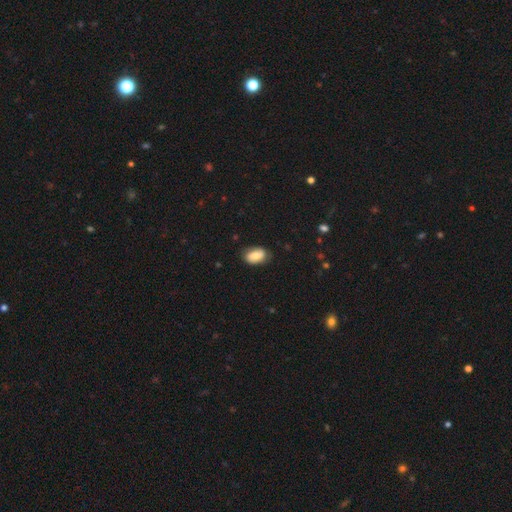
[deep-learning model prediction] smooth_or_featured: smooth (p=0.74) [alt: featured or disk p=0.19]
how_rounded: in between (p=0.89) [alt: round p=0.09]
merging: none (p=0.75) [alt: minor disturbance p=0.20]